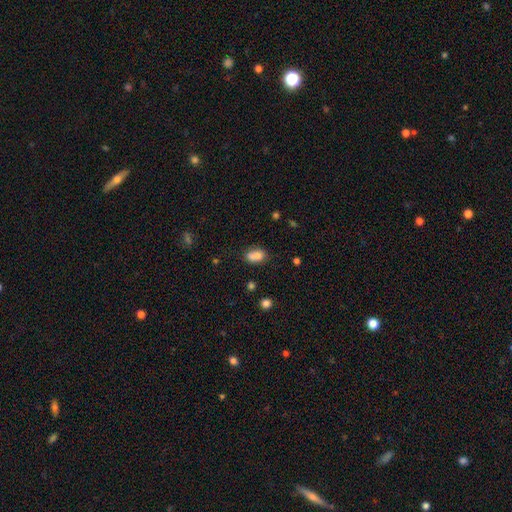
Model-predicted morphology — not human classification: Smooth or featured: smooth — 75% (featured or disk — 15%)
How rounded: in between — 66% (round — 32%)
Merging: merger — 44% (none — 37%)